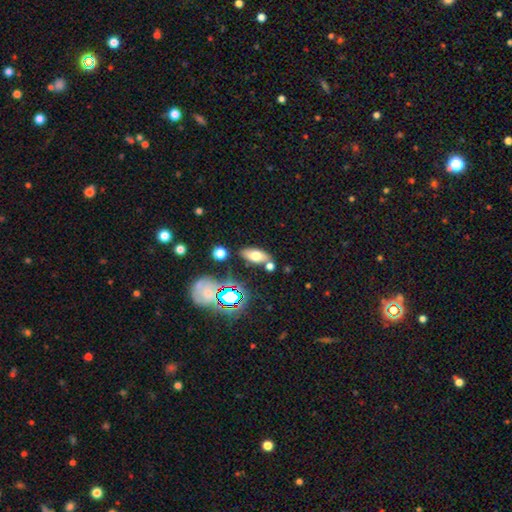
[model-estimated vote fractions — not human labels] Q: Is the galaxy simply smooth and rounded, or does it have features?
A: smooth — 67%.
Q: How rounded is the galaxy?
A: in between — 83%.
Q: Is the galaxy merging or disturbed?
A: none — 72%.